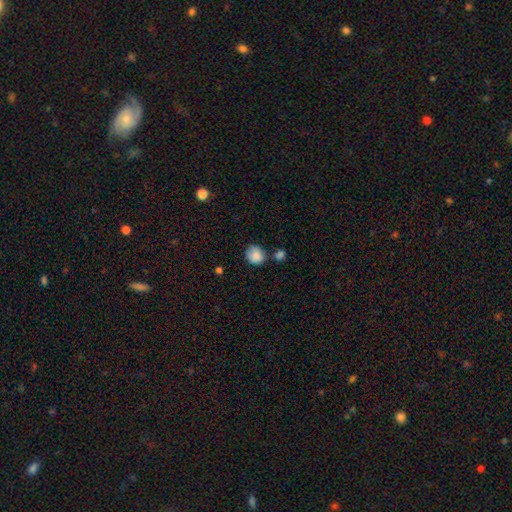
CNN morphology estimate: smooth_or_featured: smooth (p=0.85) [alt: star or artifact p=0.08]
how_rounded: round (p=0.71) [alt: in between p=0.28]
merging: none (p=0.58) [alt: minor disturbance p=0.25]